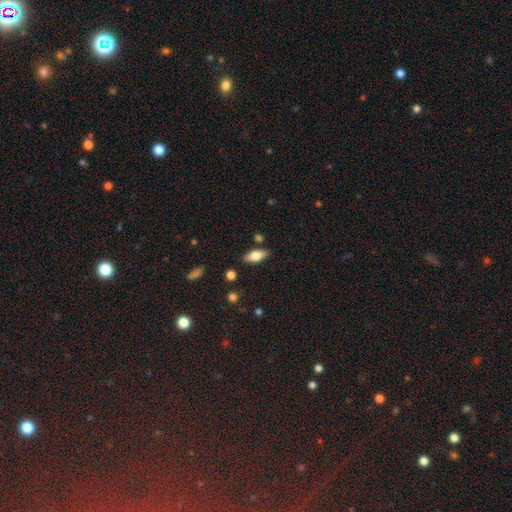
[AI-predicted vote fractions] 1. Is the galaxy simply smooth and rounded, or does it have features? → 66% smooth, 27% featured or disk, 7% star or artifact.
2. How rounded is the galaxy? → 77% in between, 20% cigar-shaped, 3% round.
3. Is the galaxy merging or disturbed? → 82% none, 11% minor disturbance, 4% merger, 3% major disturbance.